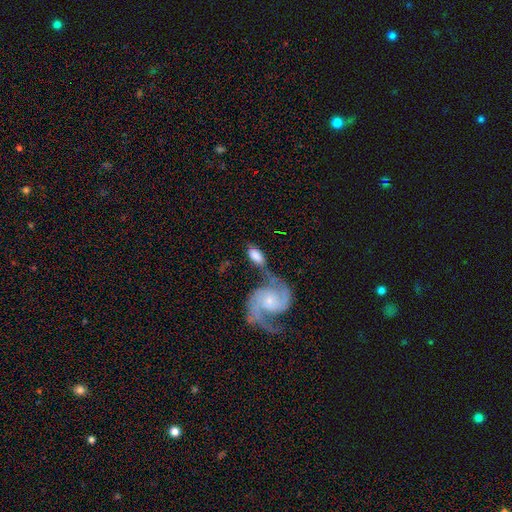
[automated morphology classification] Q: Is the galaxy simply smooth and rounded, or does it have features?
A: featured or disk — 47%.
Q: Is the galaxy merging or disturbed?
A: merger — 51%.